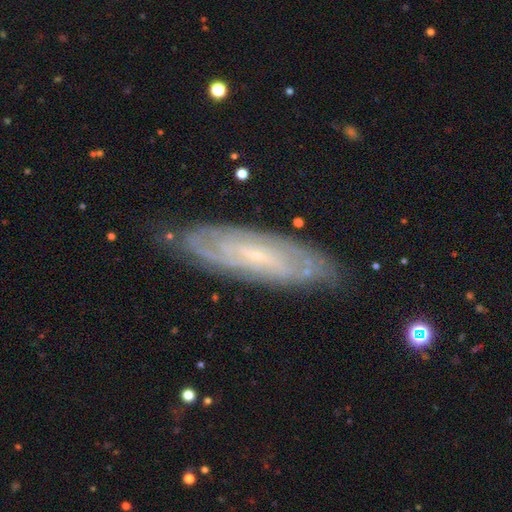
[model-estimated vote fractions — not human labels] Smooth or featured: featured or disk — 80% (smooth — 13%)
Edge-on disk: no — 82% (yes — 18%)
Bar: no — 50% (weak — 38%)
Spiral arms: yes — 93% (no — 7%)
Spiral winding: tight — 71% (medium — 24%)
Spiral arm count: can't tell — 48% (2 — 22%)
Bulge size: small — 81% (moderate — 12%)
Merging: none — 82% (minor disturbance — 14%)